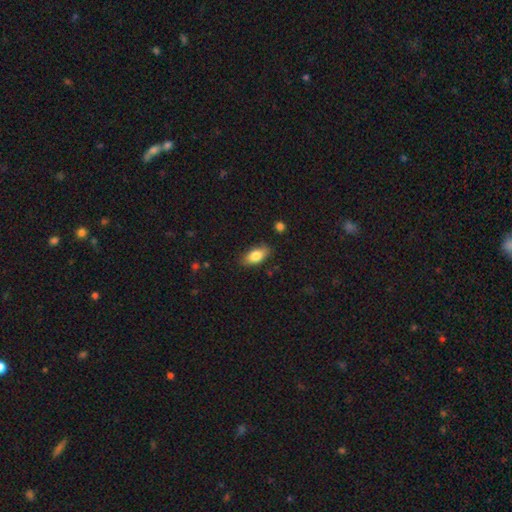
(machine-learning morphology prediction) type=smooth (81%); roundness=in between (88%); merging=none (82%).